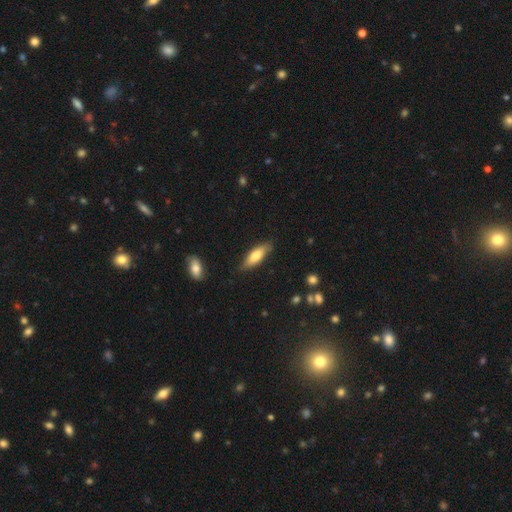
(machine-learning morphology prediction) This appears to be a smooth galaxy with no disk features (71%) that is in between round and cigar-shaped (50%). Merging: none (81%).